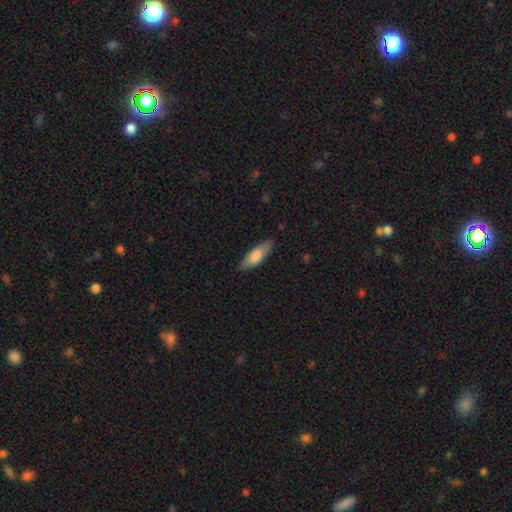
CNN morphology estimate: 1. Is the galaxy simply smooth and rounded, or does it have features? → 77% smooth, 17% featured or disk, 5% star or artifact.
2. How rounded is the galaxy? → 56% in between, 42% cigar-shaped, 2% round.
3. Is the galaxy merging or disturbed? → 81% none, 15% minor disturbance, 3% major disturbance, 1% merger.